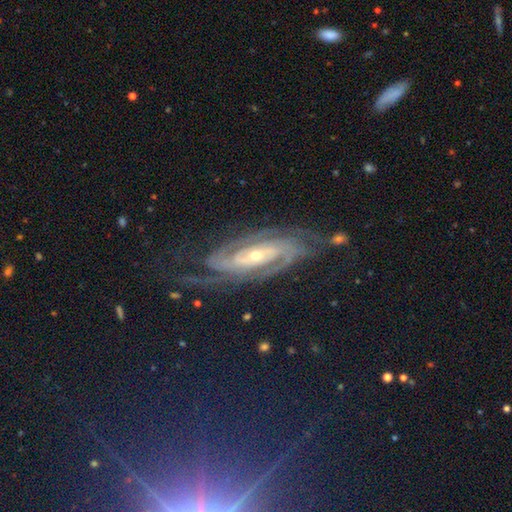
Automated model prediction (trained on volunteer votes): This appears to be a featured or disk galaxy (83%) with no bar (45%), 2 (47%) tight (67%) spiral arms (97%) and a small central bulge (58%). Merging: none (75%).